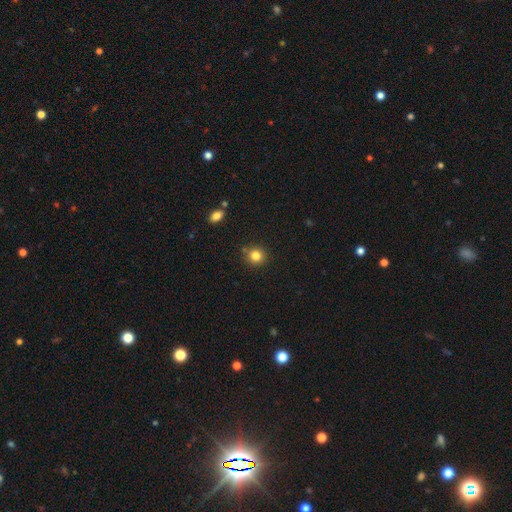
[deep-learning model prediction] Overall: smooth (83%). How rounded: round (90%). Merging: none (83%).